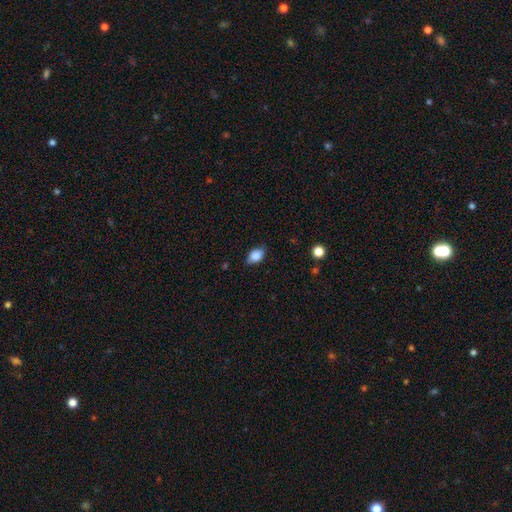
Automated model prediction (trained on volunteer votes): Smooth or featured?
  - smooth: 83% *
  - featured or disk: 9%
  - star or artifact: 8%
How rounded?
  - in between: 85% *
  - round: 12%
  - cigar-shaped: 3%
Merging?
  - none: 76% *
  - minor disturbance: 19%
  - major disturbance: 4%
  - merger: 1%